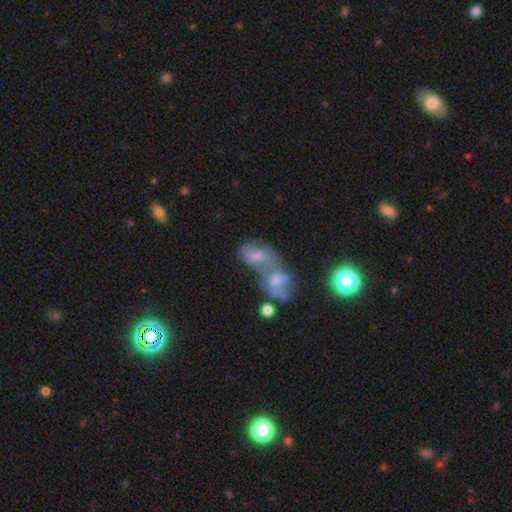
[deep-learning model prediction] smooth 49%, featured or disk 39%, star or artifact 12%. Down the decision tree: merging — merger (67%).